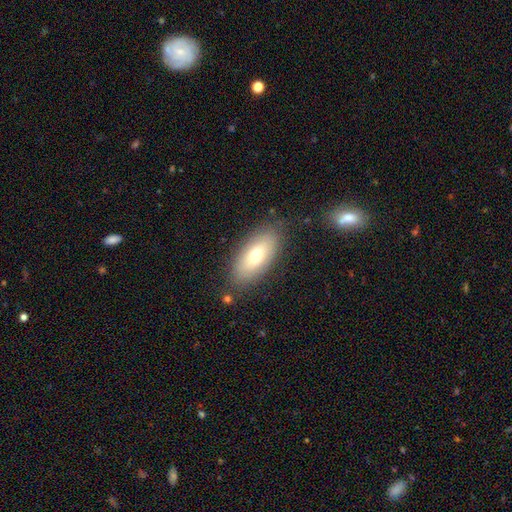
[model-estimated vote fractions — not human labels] Smooth or featured: smooth — 67% (featured or disk — 24%)
How rounded: in between — 87% (cigar-shaped — 10%)
Merging: none — 83% (minor disturbance — 11%)